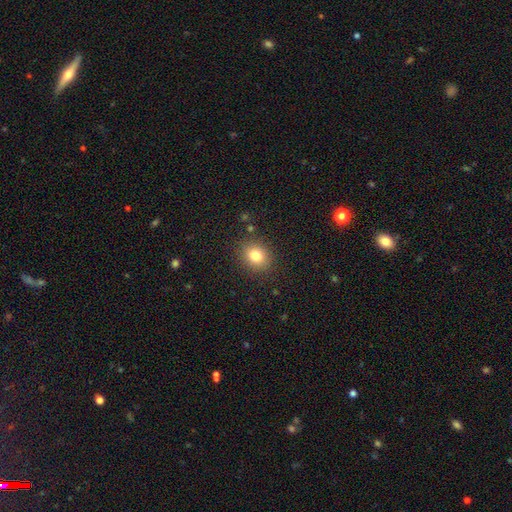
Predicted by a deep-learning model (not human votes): Q: Smooth or featured?
A: smooth (81%); runner-up: star or artifact (12%)
Q: How rounded?
A: round (69%); runner-up: in between (31%)
Q: Merging?
A: none (87%); runner-up: minor disturbance (8%)